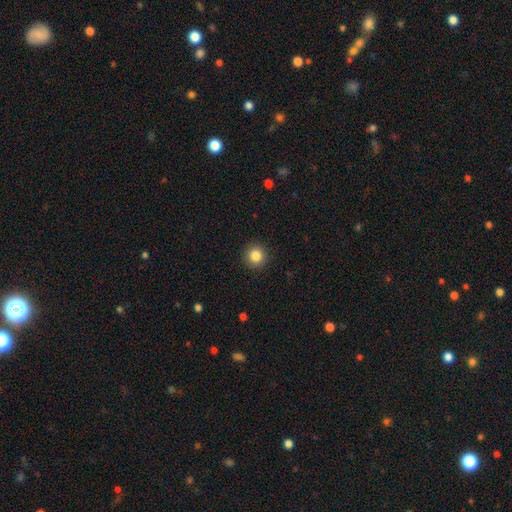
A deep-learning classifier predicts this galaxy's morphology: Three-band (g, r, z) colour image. It shows a smooth galaxy with no disk features (85%) that is round (94%). Merging: none (92%).